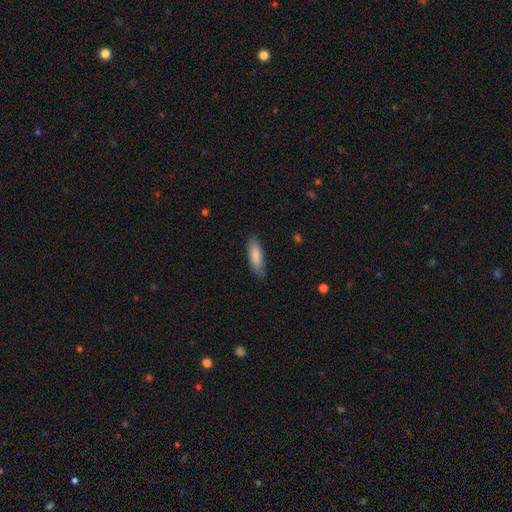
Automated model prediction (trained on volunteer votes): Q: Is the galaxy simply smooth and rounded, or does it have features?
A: smooth — 85%.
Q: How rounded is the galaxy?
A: in between — 50%.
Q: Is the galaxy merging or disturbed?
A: none — 82%.